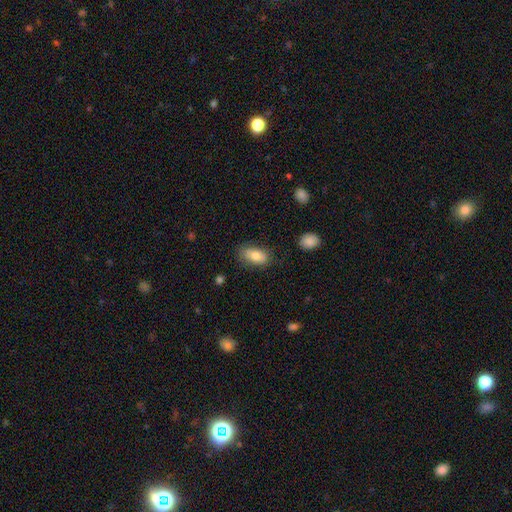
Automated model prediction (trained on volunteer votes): Smooth or featured? smooth (78%)
How rounded? in between (91%)
Merging? none (76%)